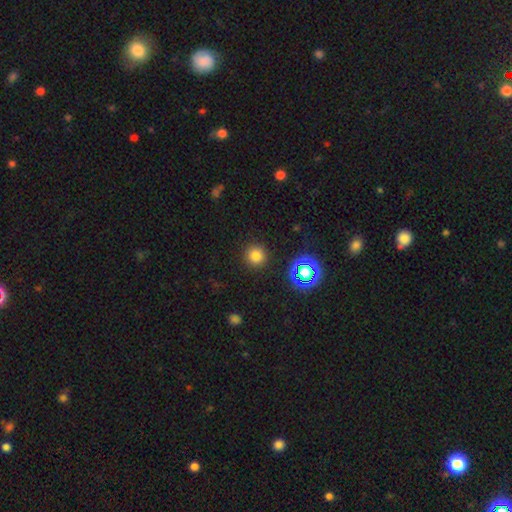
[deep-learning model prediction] smooth 76%, star or artifact 18%, featured or disk 5%. Down the decision tree: how rounded — round (95%); merging — none (90%).